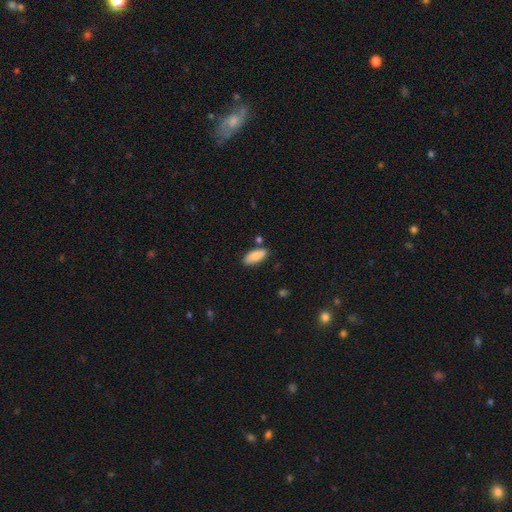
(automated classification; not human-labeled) smooth-or-featured: smooth: 84% | featured or disk: 9% | star or artifact: 6%
  how-rounded: in between: 84% | cigar-shaped: 14% | round: 2%
  merging: none: 81% | minor disturbance: 12% | merger: 5% | major disturbance: 2%